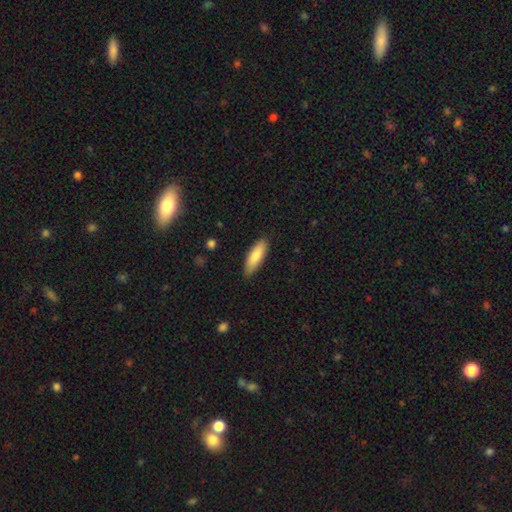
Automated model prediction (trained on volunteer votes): This appears to be a smooth galaxy with no disk features (82%) that is in between round and cigar-shaped (55%). Merging: none (86%).